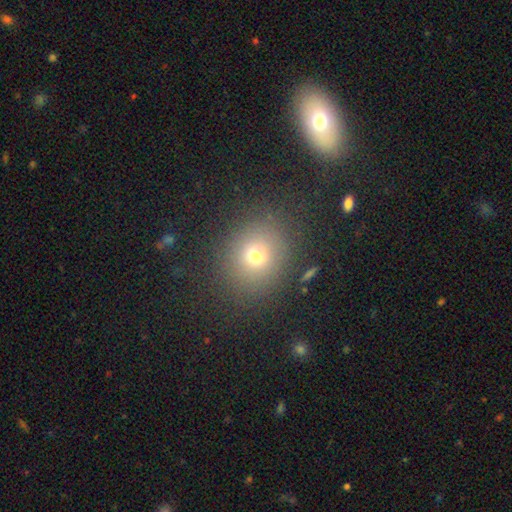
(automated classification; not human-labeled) The model was most divided on "how rounded": round: 75%, in between: 24%, cigar-shaped: 1%. More confident: merging — none (84%); smooth or featured — smooth (70%).